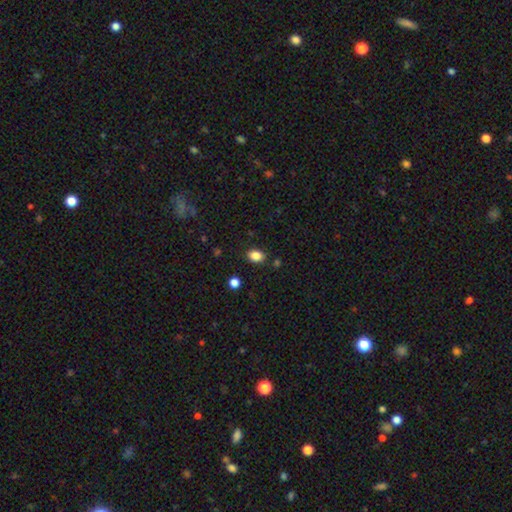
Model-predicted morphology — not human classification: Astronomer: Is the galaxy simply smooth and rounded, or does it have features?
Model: smooth — 86%.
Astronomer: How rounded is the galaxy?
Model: in between — 73%.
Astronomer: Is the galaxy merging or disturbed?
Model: none — 85%.